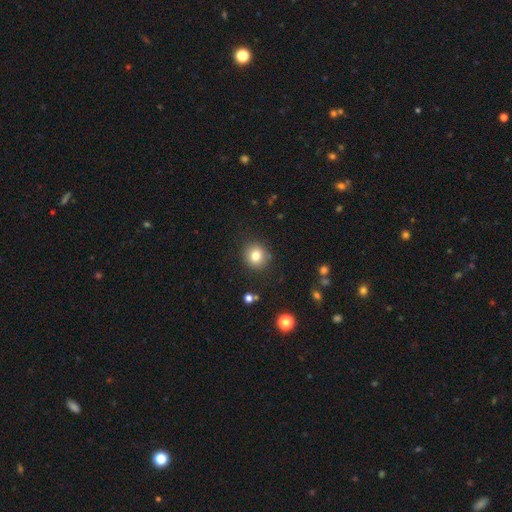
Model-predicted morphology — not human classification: smooth 80%, star or artifact 11%, featured or disk 8%. Down the decision tree: how rounded — round (89%); merging — none (89%).